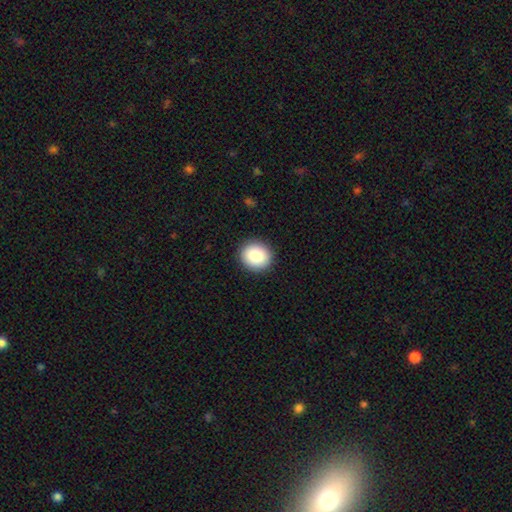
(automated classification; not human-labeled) smooth 85%, star or artifact 8%, featured or disk 7%. Down the decision tree: how rounded — round (82%); merging — none (92%).